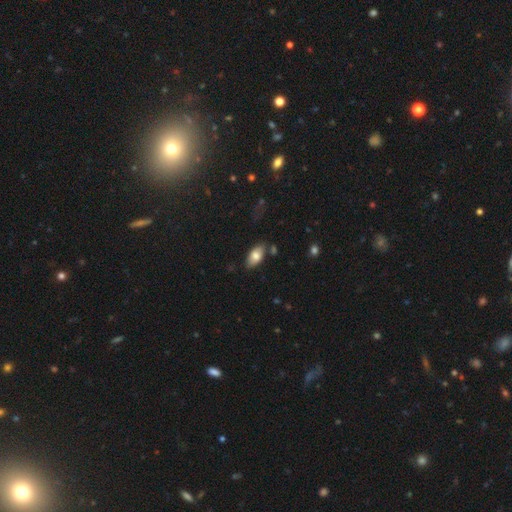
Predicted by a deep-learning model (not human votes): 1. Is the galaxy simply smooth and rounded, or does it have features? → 78% smooth, 15% featured or disk, 7% star or artifact.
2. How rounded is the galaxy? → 93% in between, 4% cigar-shaped, 3% round.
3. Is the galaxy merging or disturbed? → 77% none, 16% minor disturbance, 4% merger, 3% major disturbance.